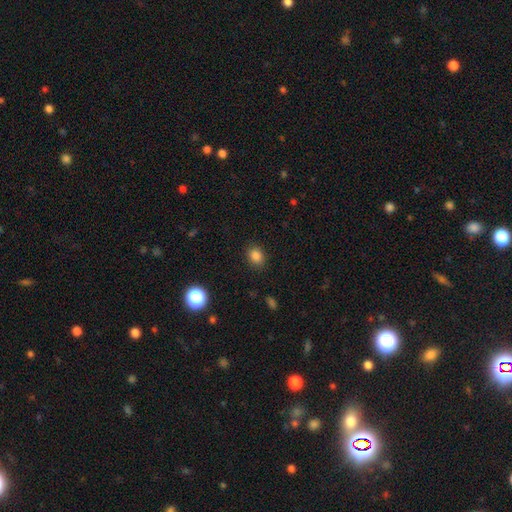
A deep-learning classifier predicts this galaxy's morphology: This appears to be a smooth galaxy with no disk features (83%) that is round (51%). Merging: none (87%).